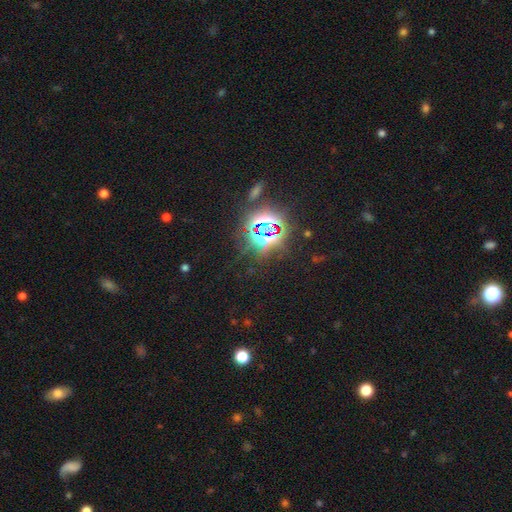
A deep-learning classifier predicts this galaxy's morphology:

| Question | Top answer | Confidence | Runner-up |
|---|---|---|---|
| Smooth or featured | star or artifact | 84% | smooth (10%) |